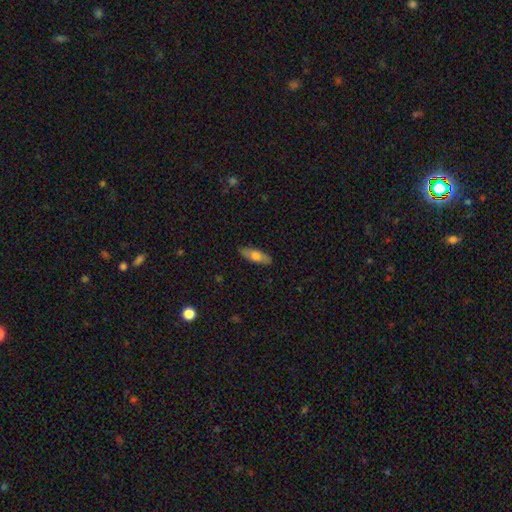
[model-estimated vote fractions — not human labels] Smooth or featured?
  - smooth: 64% *
  - featured or disk: 30%
  - star or artifact: 6%
How rounded?
  - in between: 59% *
  - cigar-shaped: 39%
  - round: 2%
Merging?
  - none: 86% *
  - minor disturbance: 11%
  - major disturbance: 2%
  - merger: 1%